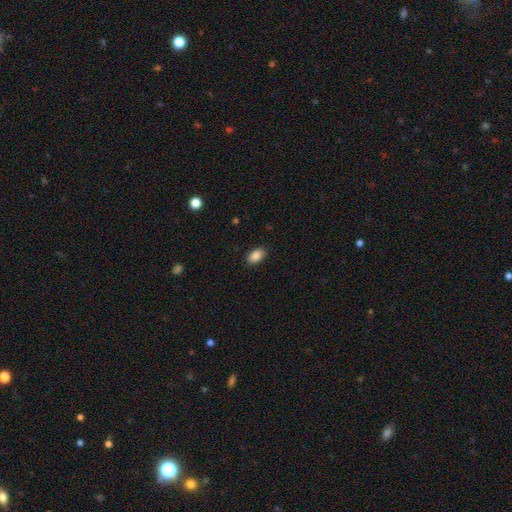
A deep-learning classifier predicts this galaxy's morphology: smooth 87%, star or artifact 8%, featured or disk 5%. Down the decision tree: how rounded — in between (92%); merging — none (89%).